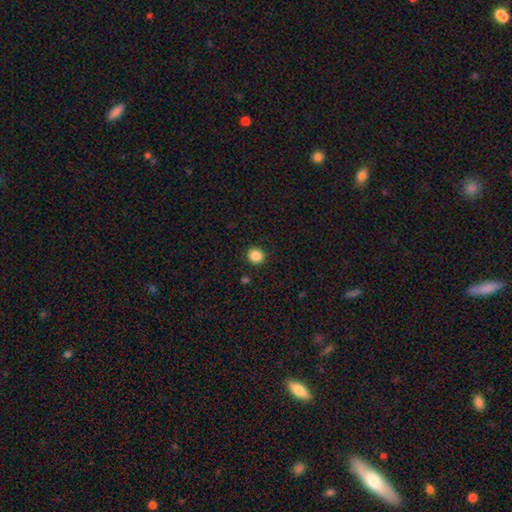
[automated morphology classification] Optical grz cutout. It shows a smooth galaxy with no disk features (86%) that is round (85%). Merging: none (91%).